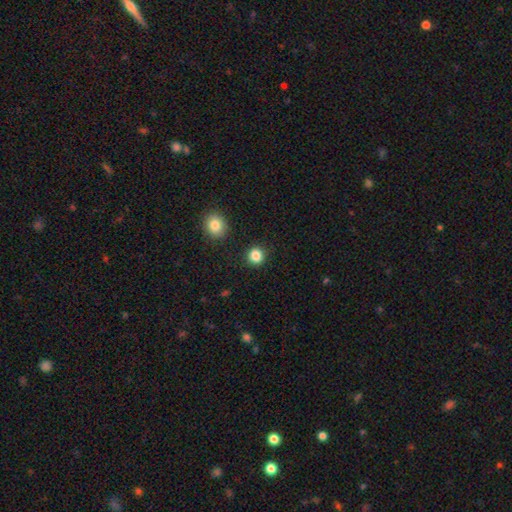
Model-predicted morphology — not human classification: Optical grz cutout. It shows a smooth galaxy with no disk features (85%) that is round (88%). Merging: none (91%).